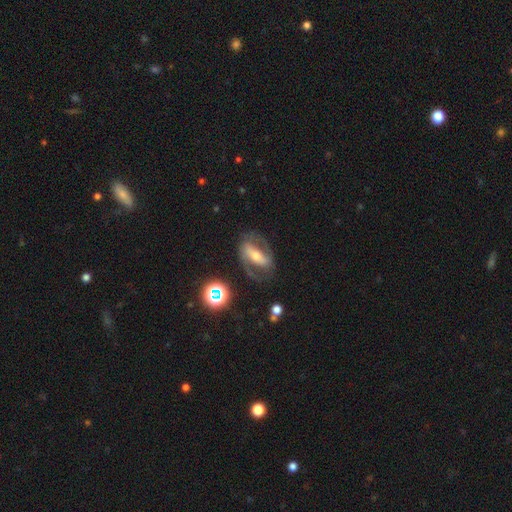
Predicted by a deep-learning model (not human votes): smooth_or_featured: featured or disk (p=0.77) [alt: smooth p=0.14]
disk_edge_on: no (p=0.92) [alt: yes p=0.08]
bar: strong (p=0.62) [alt: weak p=0.23]
has_spiral_arms: yes (p=0.84) [alt: no p=0.16]
spiral_winding: medium (p=0.50) [alt: tight p=0.28]
spiral_arm_count: 2 (p=0.86) [alt: can't tell p=0.07]
bulge_size: moderate (p=0.55) [alt: small p=0.35]
merging: none (p=0.73) [alt: minor disturbance p=0.15]